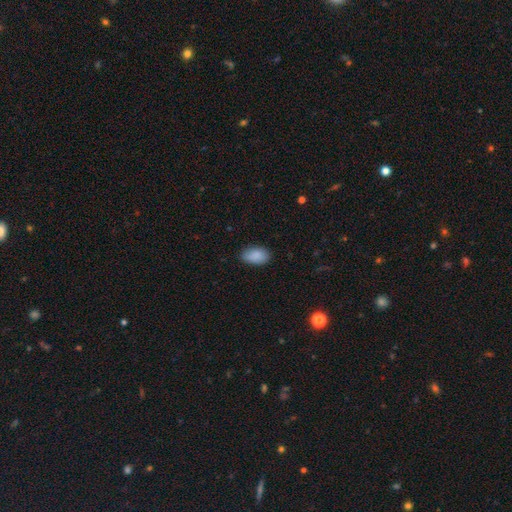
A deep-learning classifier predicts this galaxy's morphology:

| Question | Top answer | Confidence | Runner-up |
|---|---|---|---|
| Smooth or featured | smooth | 88% | star or artifact (7%) |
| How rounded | in between | 91% | round (7%) |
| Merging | none | 79% | minor disturbance (17%) |